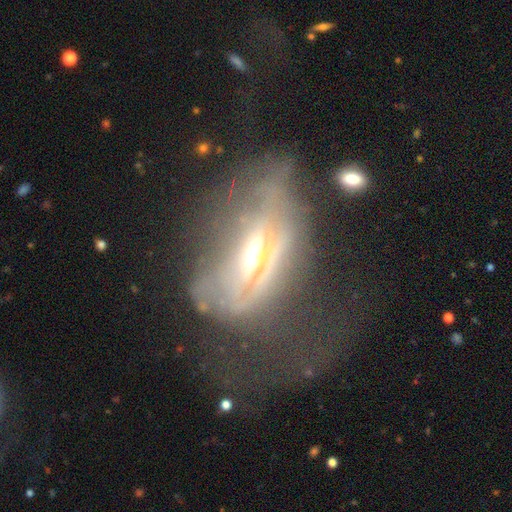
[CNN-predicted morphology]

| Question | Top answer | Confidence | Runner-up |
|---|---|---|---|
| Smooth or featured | featured or disk | 67% | smooth (23%) |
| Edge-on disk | no | 72% | yes (28%) |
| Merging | major disturbance | 55% | none (23%) |